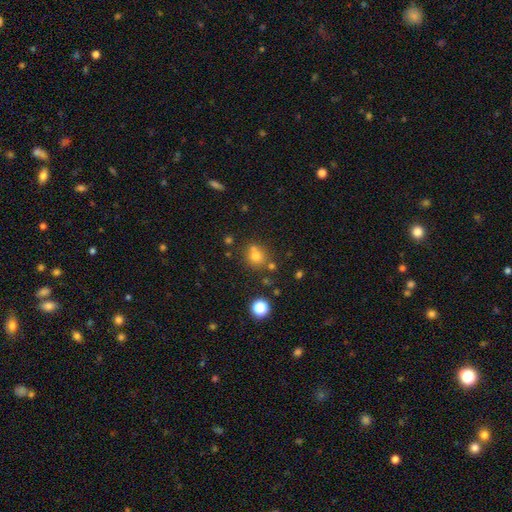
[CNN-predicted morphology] Smooth or featured? Predicted: smooth (p=0.71). How rounded? Predicted: round (p=0.85). Merging? Predicted: none (p=0.63).